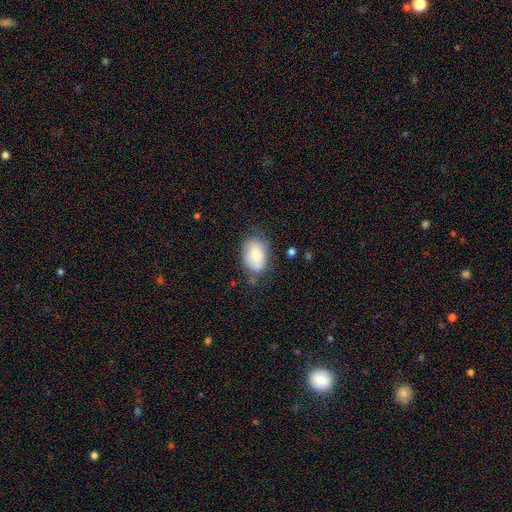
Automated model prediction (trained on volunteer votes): Overall: smooth (78%). How rounded: in between (87%). Merging: none (59%; minor disturbance 28%).